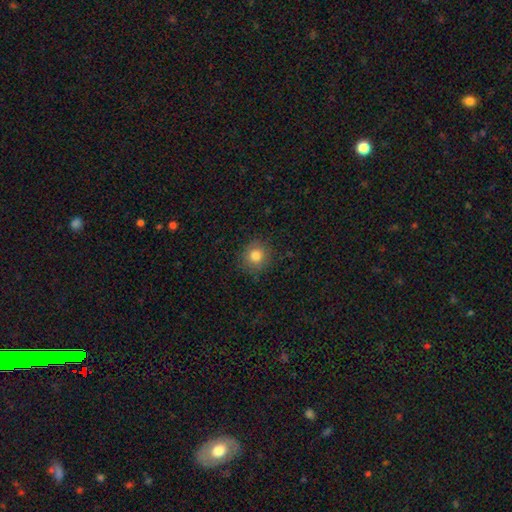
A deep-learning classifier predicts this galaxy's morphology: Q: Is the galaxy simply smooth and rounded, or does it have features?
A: smooth — 82%.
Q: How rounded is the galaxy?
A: round — 90%.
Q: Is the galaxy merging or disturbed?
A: none — 88%.